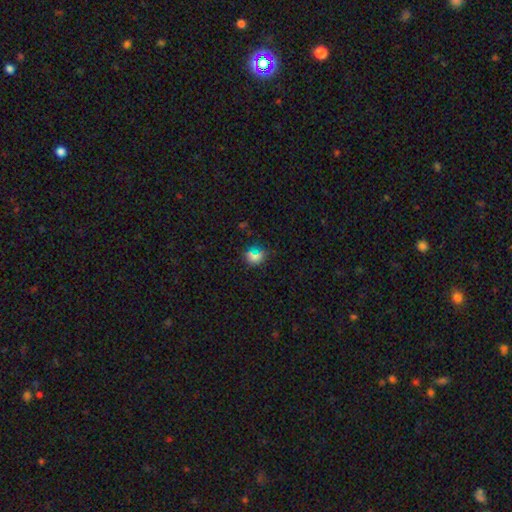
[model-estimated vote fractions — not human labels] Smooth or featured? Predicted: smooth (p=0.67). How rounded? Predicted: round (p=0.75). Merging? Predicted: none (p=0.78).